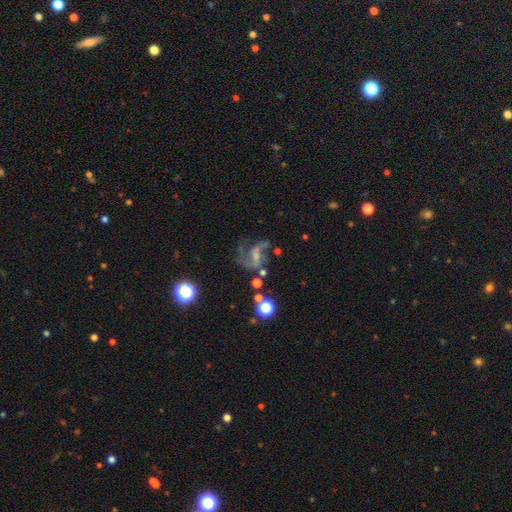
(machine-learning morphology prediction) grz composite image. It shows a featured or disk galaxy (68%) with a weak bar (41%), 2 (55%) loose (54%) spiral arms (81%) and a small central bulge (38%). Merging: none (41%).